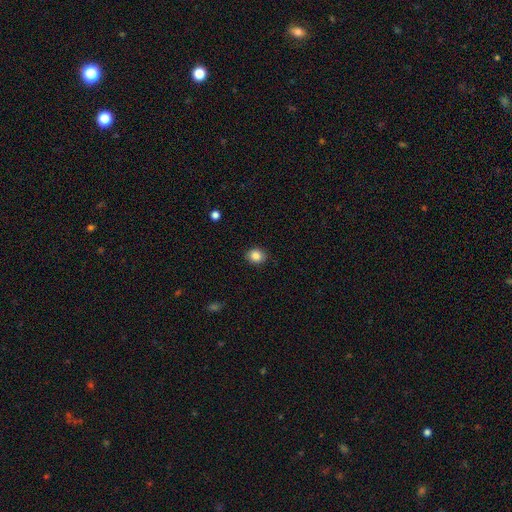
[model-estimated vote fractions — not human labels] This is clearly a smooth galaxy (86%). How rounded: likely round (64%). Merging: clearly none (88%).